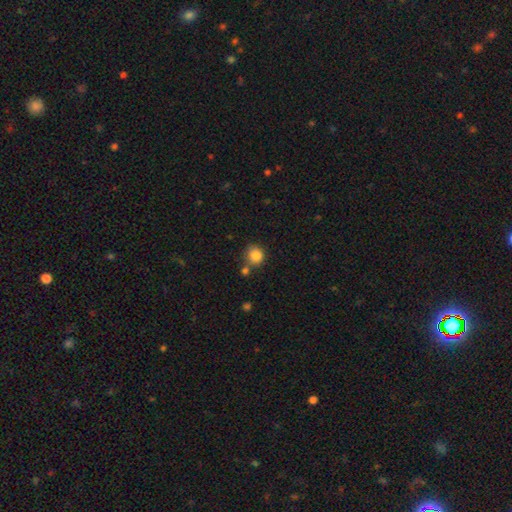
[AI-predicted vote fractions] Q: Smooth or featured?
A: smooth (85%); runner-up: star or artifact (10%)
Q: How rounded?
A: round (82%); runner-up: in between (17%)
Q: Merging?
A: none (64%); runner-up: minor disturbance (16%)